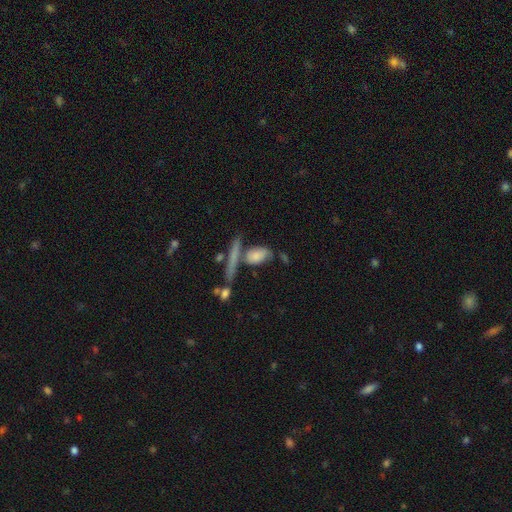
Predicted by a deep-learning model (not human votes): smooth 61%, featured or disk 28%, star or artifact 12%. Down the decision tree: how rounded — in between (60%); merging — none (49%).